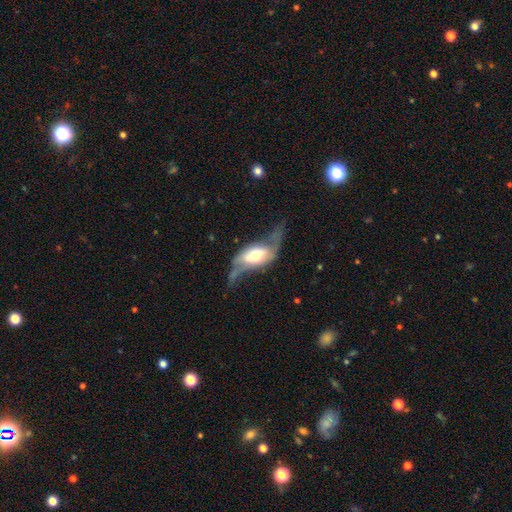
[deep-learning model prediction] Overall: featured or disk (70%). Edge-on disk: no (80%). Bar: no (50%; weak 30%). Spiral arms: yes (72%). Bulge size: moderate (58%; large 25%). Merging: none (36%; major disturbance 35%).